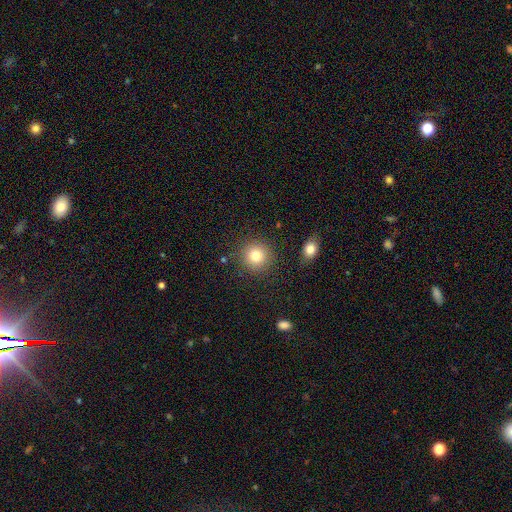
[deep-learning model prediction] A smooth galaxy with no disk features (81%) that is round (92%). Merging: none (87%).